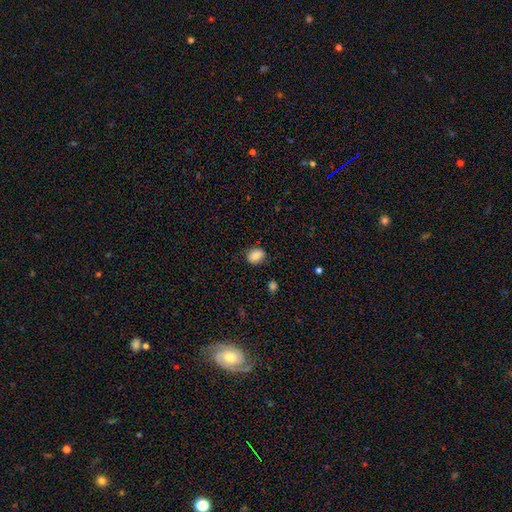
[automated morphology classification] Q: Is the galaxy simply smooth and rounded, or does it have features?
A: smooth — 83%.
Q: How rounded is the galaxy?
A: in between — 58%.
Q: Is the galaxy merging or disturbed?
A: none — 81%.